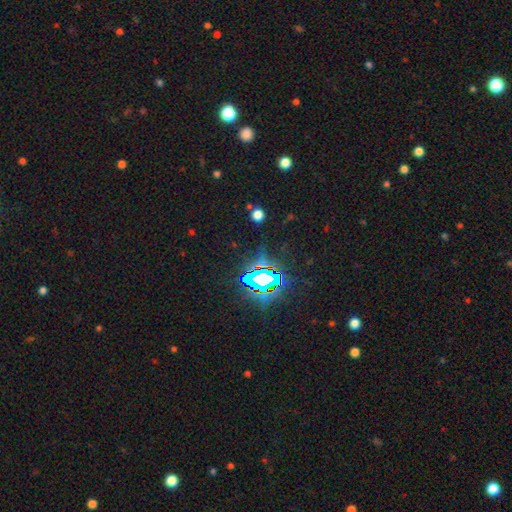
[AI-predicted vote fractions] Smooth or featured: star or artifact — 82% (smooth — 11%)